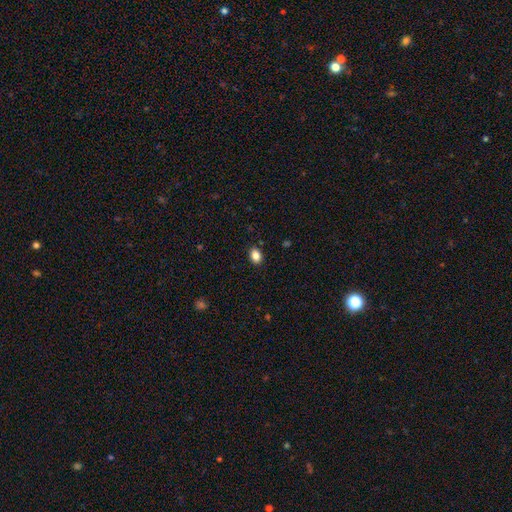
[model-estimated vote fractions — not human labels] This appears to be a smooth galaxy with no disk features (86%) that is in between round and cigar-shaped (73%). Merging: none (89%).